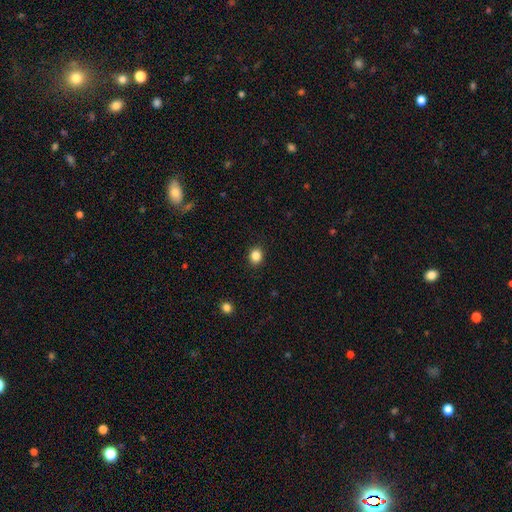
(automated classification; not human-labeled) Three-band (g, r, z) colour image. It shows a smooth galaxy with no disk features (85%) that is round (71%). Merging: none (90%).